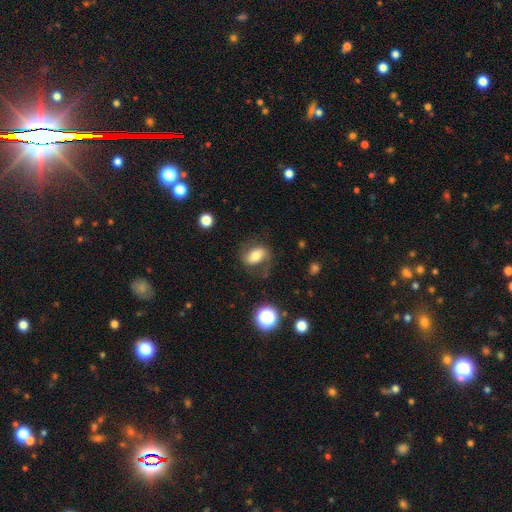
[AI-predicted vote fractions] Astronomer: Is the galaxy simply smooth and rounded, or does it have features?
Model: smooth — 51% (runner-up: featured or disk, 38%).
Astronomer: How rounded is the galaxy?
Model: in between — 79%.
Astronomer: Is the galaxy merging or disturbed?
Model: none — 64%.